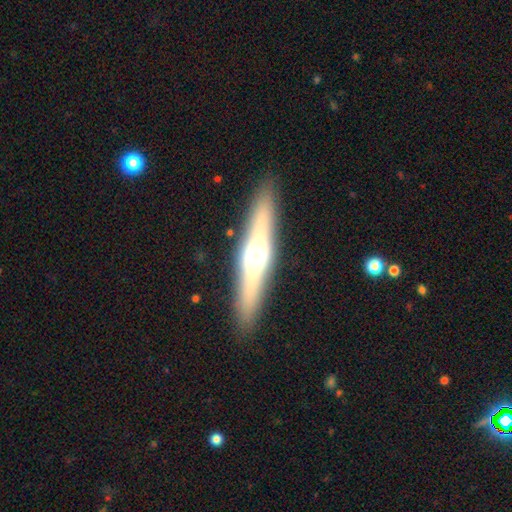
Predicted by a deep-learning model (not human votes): A featured or disk galaxy (60%) viewed edge-on (94%) with a rounded central bulge (87%). Merging: none (90%).